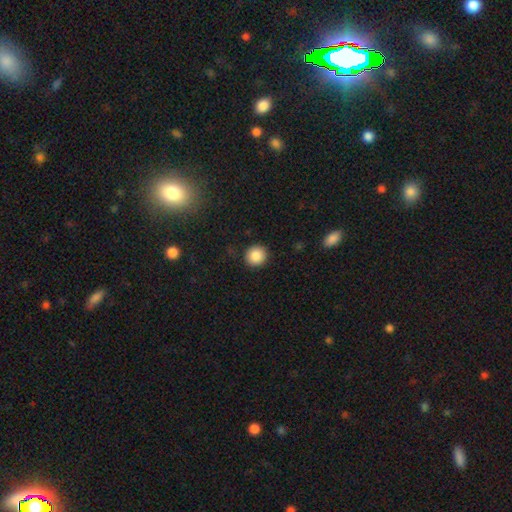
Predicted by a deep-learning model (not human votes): Morphology: type=smooth (87%); roundness=round (91%); merging=none (91%).